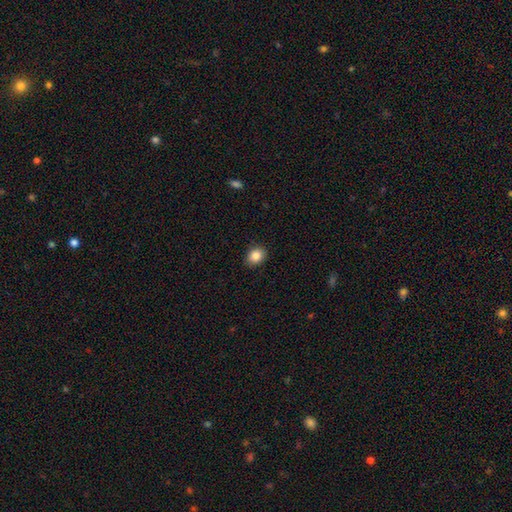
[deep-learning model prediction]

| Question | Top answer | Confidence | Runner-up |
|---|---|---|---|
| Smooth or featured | smooth | 86% | star or artifact (9%) |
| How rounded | in between | 61% | round (38%) |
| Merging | none | 89% | minor disturbance (8%) |